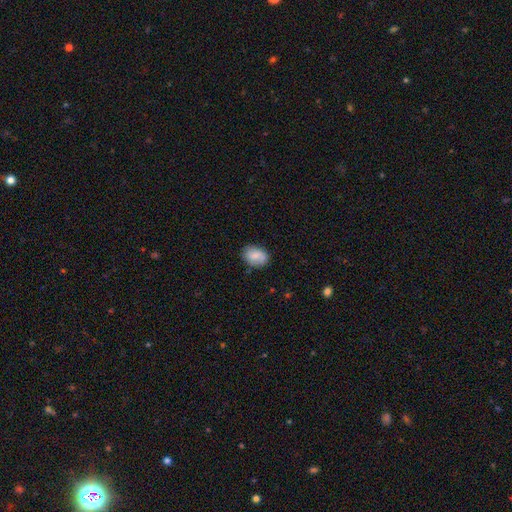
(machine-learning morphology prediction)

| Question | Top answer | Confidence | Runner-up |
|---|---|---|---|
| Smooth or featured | smooth | 72% | featured or disk (20%) |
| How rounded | in between | 67% | round (32%) |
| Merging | none | 76% | minor disturbance (18%) |